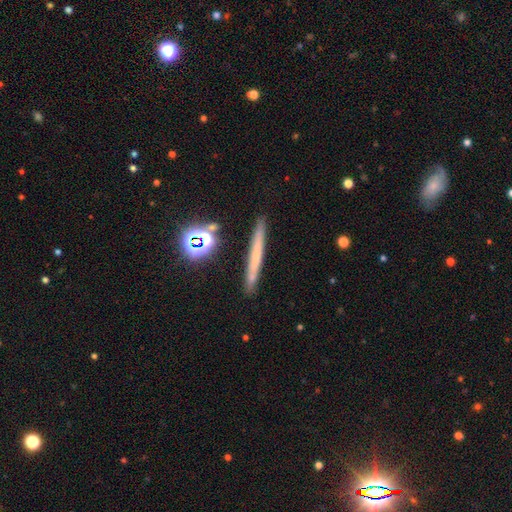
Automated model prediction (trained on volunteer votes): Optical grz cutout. It shows a smooth galaxy with no disk features (48%). Merging: none (88%).